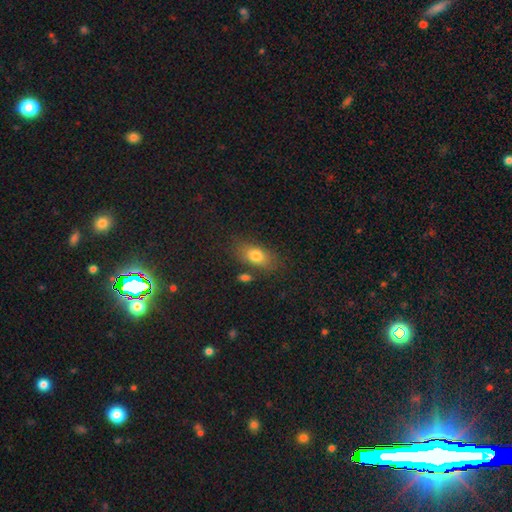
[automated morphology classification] Smooth or featured: smooth — 79% (featured or disk — 12%)
How rounded: in between — 83% (round — 11%)
Merging: none — 71% (minor disturbance — 16%)